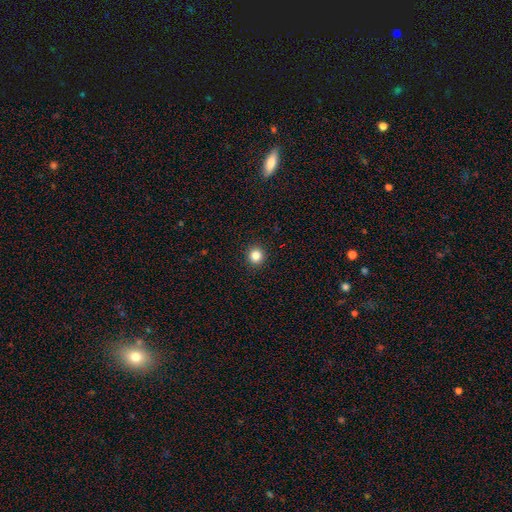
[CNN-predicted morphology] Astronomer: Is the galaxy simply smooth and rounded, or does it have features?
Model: smooth — 84%.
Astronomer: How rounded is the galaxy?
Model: round — 94%.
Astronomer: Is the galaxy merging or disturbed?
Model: none — 93%.